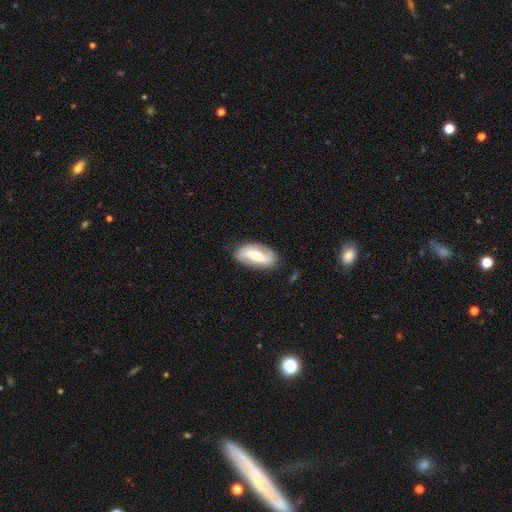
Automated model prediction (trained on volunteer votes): A featured or disk galaxy (63%) with a weak bar (35%), spiral arms (79%) and a moderate central bulge (65%). Merging: none (82%).